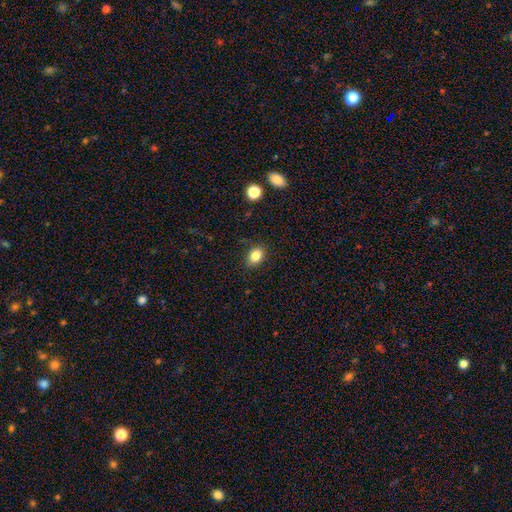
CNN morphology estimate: Smooth or featured?
  - smooth: 84% *
  - star or artifact: 10%
  - featured or disk: 6%
How rounded?
  - in between: 77% *
  - round: 22%
  - cigar-shaped: 1%
Merging?
  - none: 84% *
  - minor disturbance: 12%
  - major disturbance: 3%
  - merger: 1%